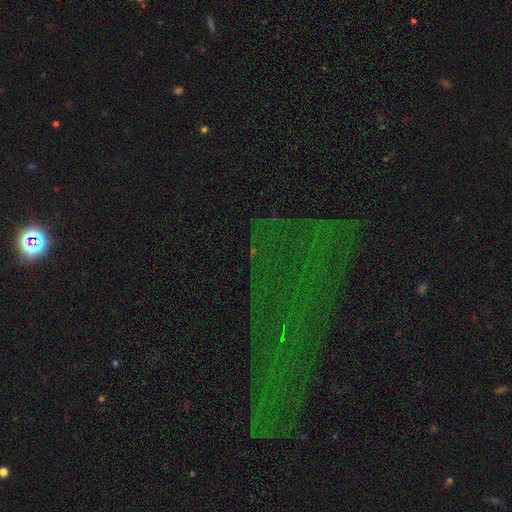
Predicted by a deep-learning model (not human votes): star or artifact 76%, smooth 12%, featured or disk 12%.